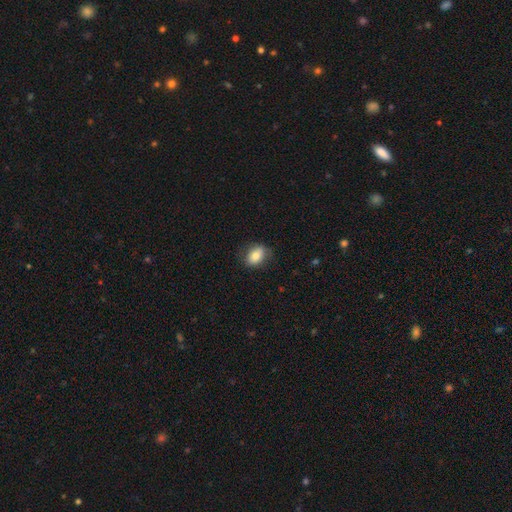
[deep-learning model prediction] smooth-or-featured: smooth: 79% | featured or disk: 13% | star or artifact: 8%
  how-rounded: in between: 73% | round: 26% | cigar-shaped: 1%
  merging: none: 78% | minor disturbance: 16% | major disturbance: 4% | merger: 1%